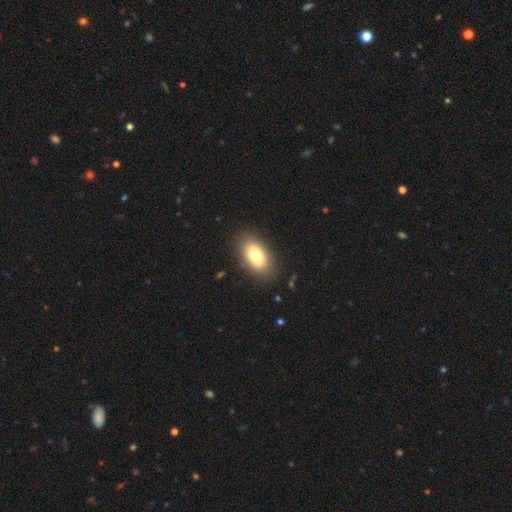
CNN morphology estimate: type=smooth (78%); roundness=in between (91%); merging=none (85%).